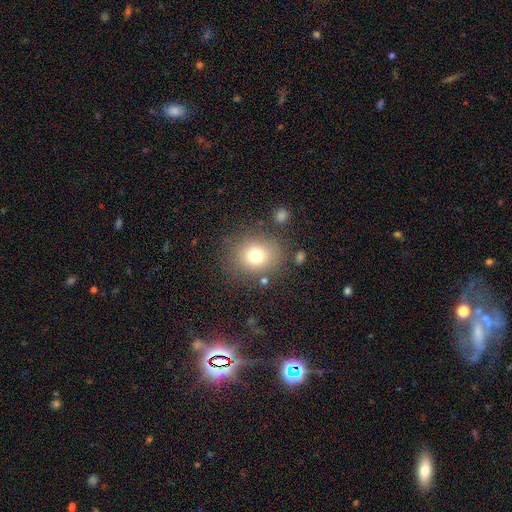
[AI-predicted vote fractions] Overall: smooth (74%). How rounded: round (75%). Merging: none (79%).